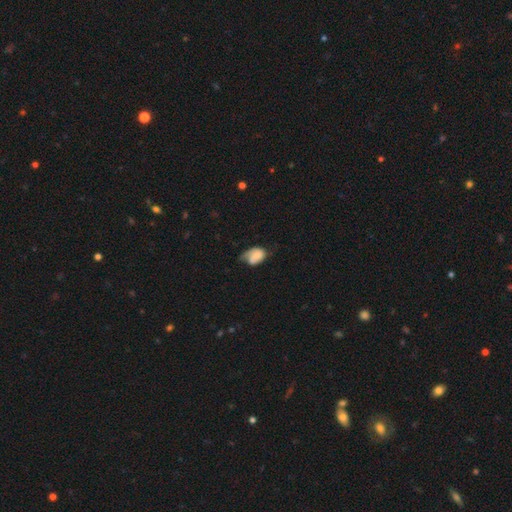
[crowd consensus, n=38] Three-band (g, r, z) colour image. It shows a smooth galaxy with no disk features (55%) that is in between round and cigar-shaped (95%). Merging: major disturbance (40%).